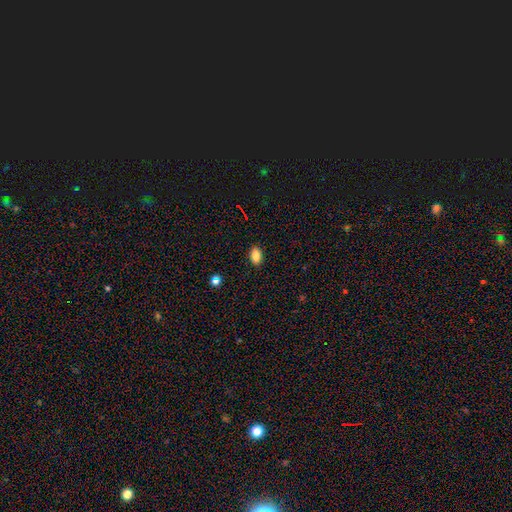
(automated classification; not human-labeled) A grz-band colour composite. It shows a smooth galaxy with no disk features (83%) that is in between round and cigar-shaped (89%). Merging: none (89%).